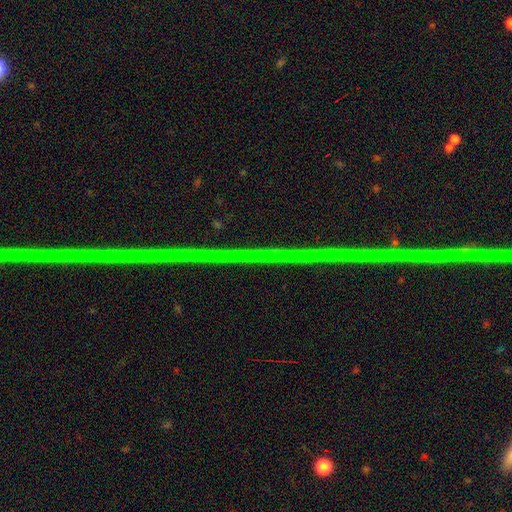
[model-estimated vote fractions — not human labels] Smooth or featured: star or artifact — 78% (featured or disk — 15%)